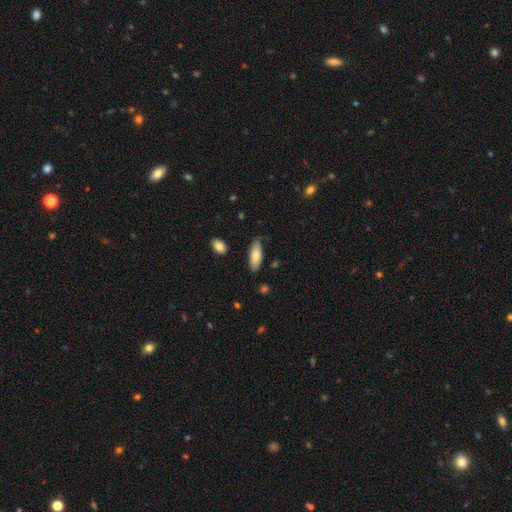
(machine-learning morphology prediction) smooth 79%, featured or disk 15%, star or artifact 6%. Down the decision tree: how rounded — in between (71%); merging — none (78%).